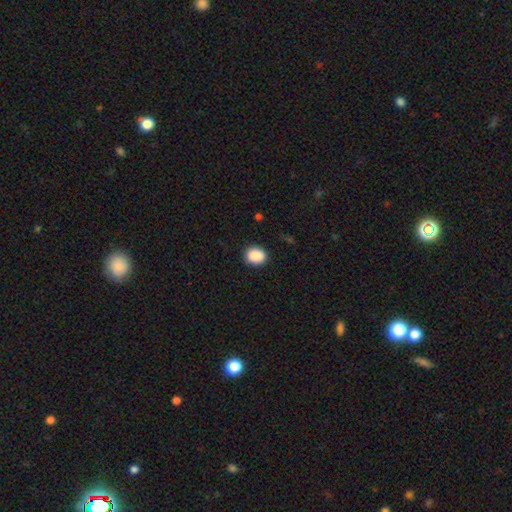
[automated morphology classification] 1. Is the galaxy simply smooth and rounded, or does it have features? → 89% smooth, 8% star or artifact, 3% featured or disk.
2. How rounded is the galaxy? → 52% round, 47% in between, 1% cigar-shaped.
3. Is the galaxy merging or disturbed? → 88% none, 8% minor disturbance, 2% major disturbance, 1% merger.